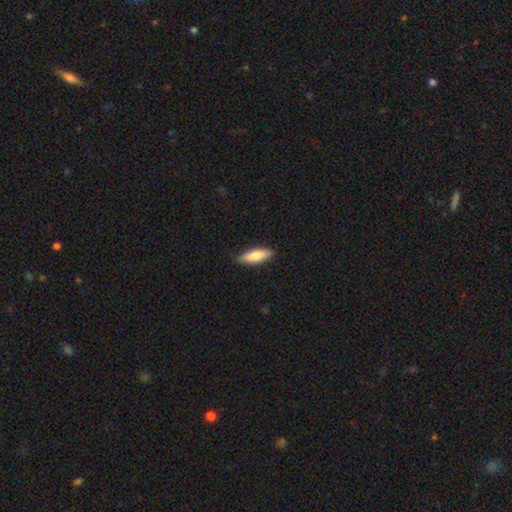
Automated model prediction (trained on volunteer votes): This appears to be a smooth galaxy with no disk features (77%) that is in between round and cigar-shaped (55%). Merging: none (86%).